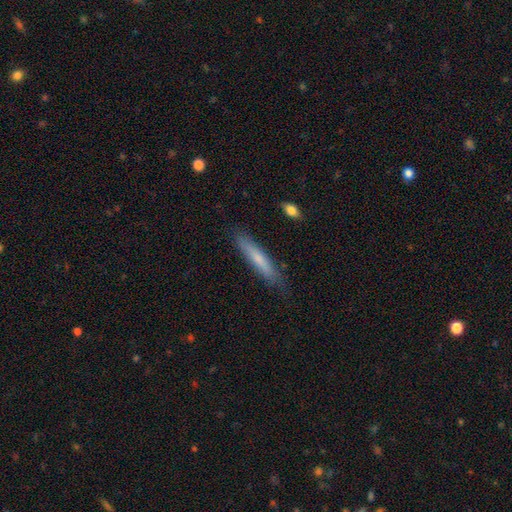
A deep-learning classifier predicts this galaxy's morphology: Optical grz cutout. It shows a smooth galaxy with no disk features (64%) that is cigar-shaped (91%). Merging: none (83%).